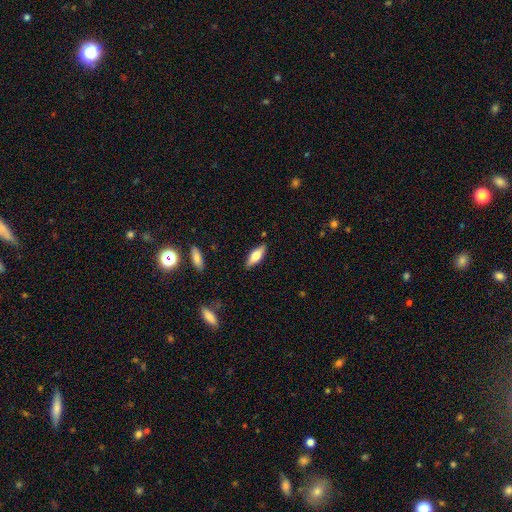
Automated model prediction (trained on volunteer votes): Smooth or featured: smooth — 62% (featured or disk — 32%)
How rounded: in between — 63% (cigar-shaped — 35%)
Merging: none — 86% (minor disturbance — 10%)